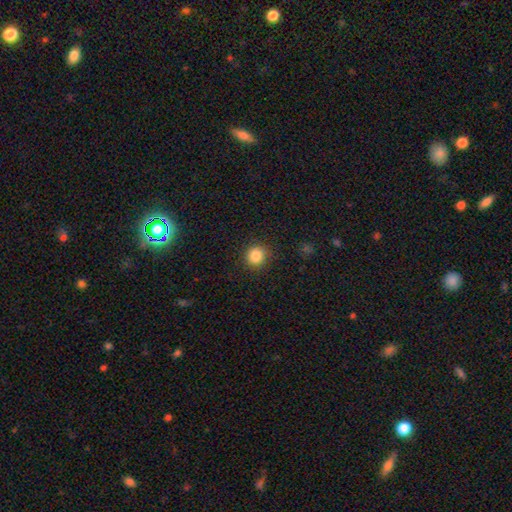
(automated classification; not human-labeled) Smooth or featured? smooth (85%)
How rounded? round (88%)
Merging? none (89%)